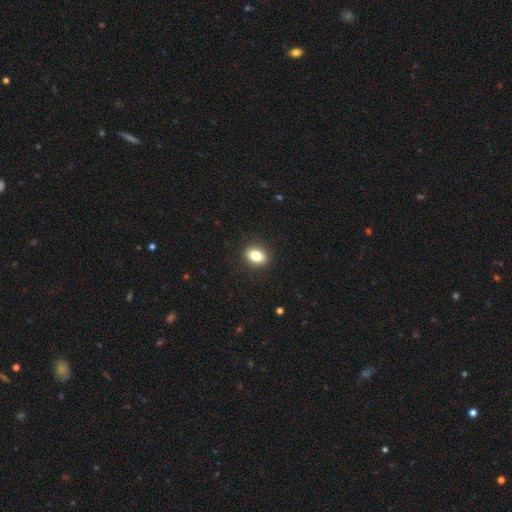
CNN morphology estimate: The model was most divided on "how rounded": in between: 70%, round: 29%, cigar-shaped: 2%. More confident: merging — none (90%); smooth or featured — smooth (83%).